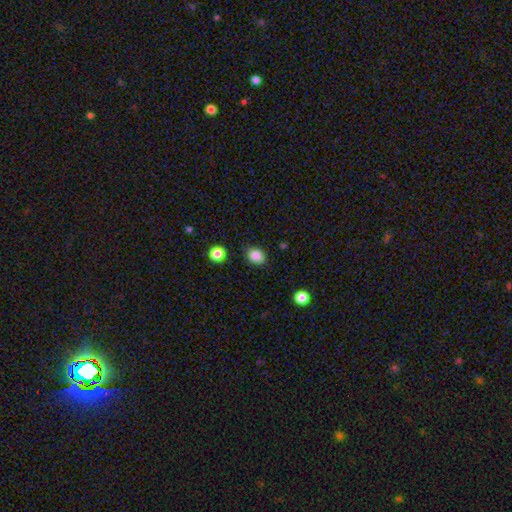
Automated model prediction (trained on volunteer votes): smooth-or-featured: smooth: 86% | star or artifact: 10% | featured or disk: 5%
  how-rounded: round: 50% | in between: 49% | cigar-shaped: 1%
  merging: none: 85% | minor disturbance: 11% | major disturbance: 3% | merger: 2%